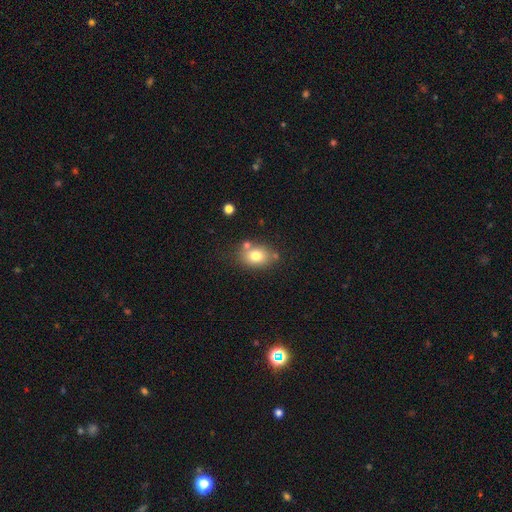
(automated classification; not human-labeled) Smooth or featured? Predicted: smooth (p=0.76). How rounded? Predicted: in between (p=0.59). Merging? Predicted: none (p=0.68).